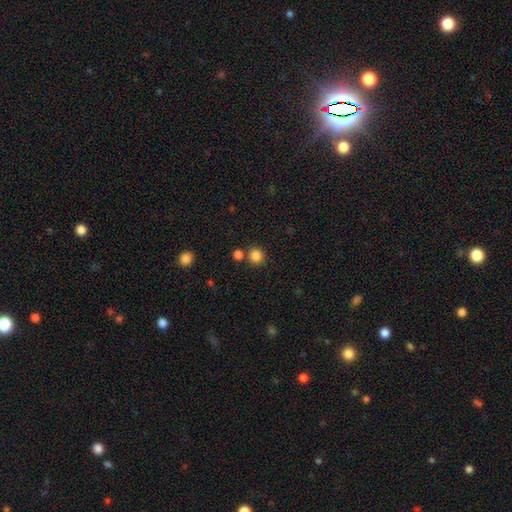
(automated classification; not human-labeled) This is clearly a smooth galaxy (85%). How rounded: clearly round (90%). Merging: likely none (76%).